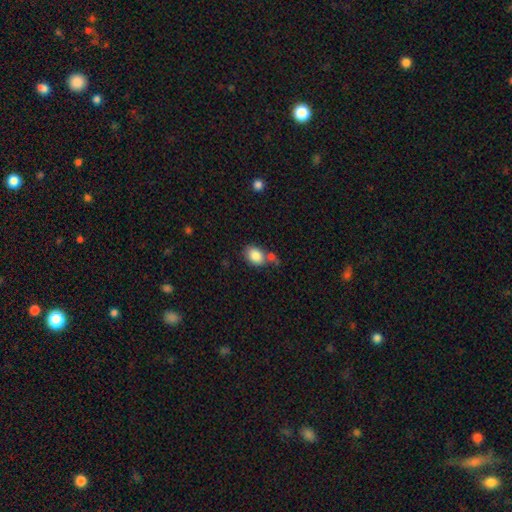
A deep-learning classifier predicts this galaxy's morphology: A smooth galaxy with no disk features (86%) that is in between round and cigar-shaped (73%).

Vote fractions:
- Smooth or featured? smooth: 86% / star or artifact: 8% / featured or disk: 6%
- How rounded? in between: 73% / round: 26% / cigar-shaped: 1%
- Merging? none: 52% / merger: 25% / minor disturbance: 17% / major disturbance: 6%